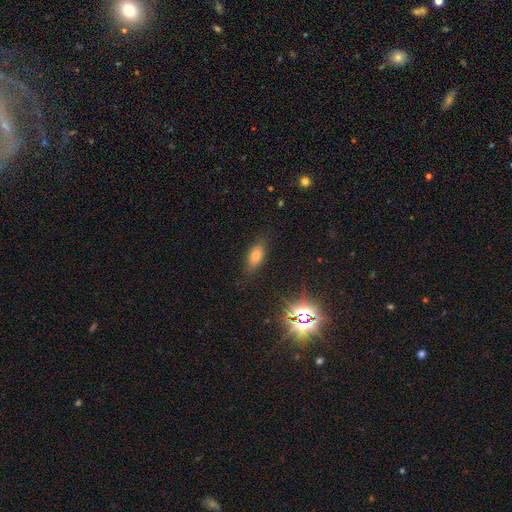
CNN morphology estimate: The model was most divided on "smooth or featured": smooth: 70%, star or artifact: 15%, featured or disk: 15%. More confident: merging — none (82%); how rounded — in between (81%).